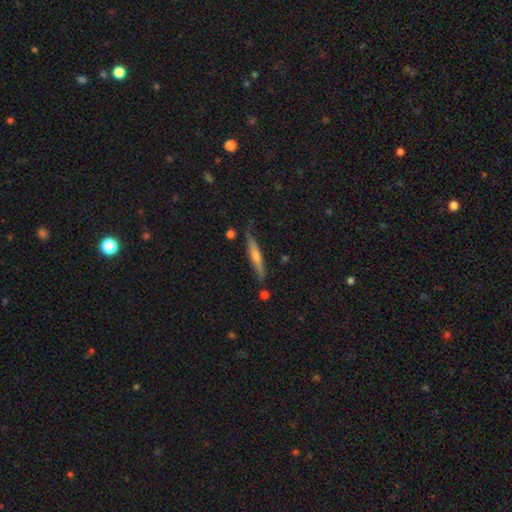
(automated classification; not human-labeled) This appears to be a smooth galaxy with no disk features (49%). Merging: none (80%).